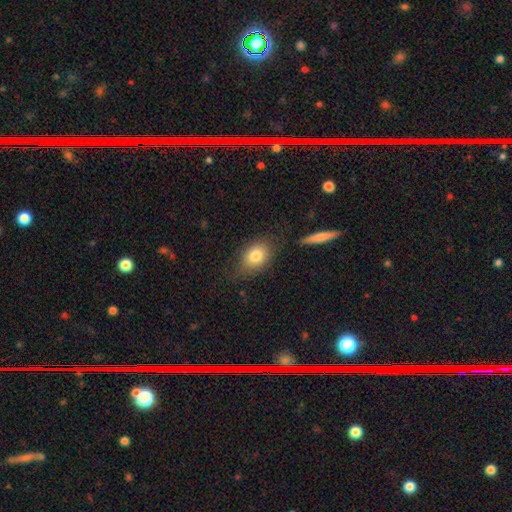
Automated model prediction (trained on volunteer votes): A smooth galaxy with no disk features (80%) that is in between round and cigar-shaped (72%).

Vote fractions:
- Smooth or featured? smooth: 80% / featured or disk: 12% / star or artifact: 8%
- How rounded? in between: 72% / round: 26% / cigar-shaped: 2%
- Merging? none: 69% / minor disturbance: 20% / major disturbance: 7% / merger: 4%